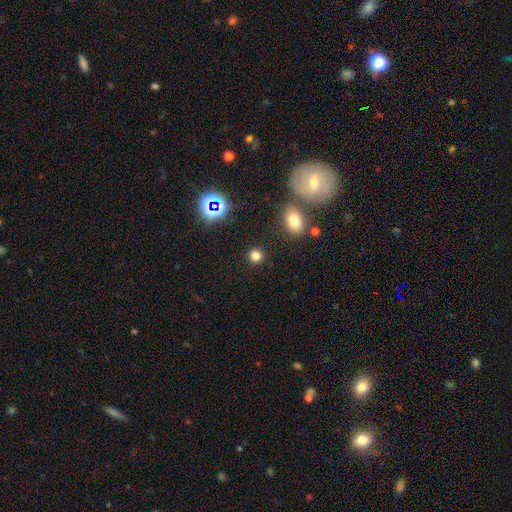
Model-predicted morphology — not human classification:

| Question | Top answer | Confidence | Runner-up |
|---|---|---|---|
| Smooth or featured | smooth | 77% | star or artifact (18%) |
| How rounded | round | 90% | in between (9%) |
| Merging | none | 89% | minor disturbance (6%) |